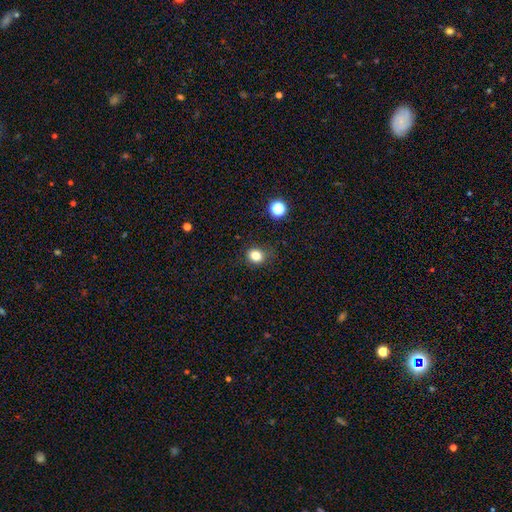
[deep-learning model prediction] A smooth galaxy with no disk features (82%) that is round (70%).

Vote fractions:
- Smooth or featured? smooth: 82% / star or artifact: 13% / featured or disk: 5%
- How rounded? round: 70% / in between: 29% / cigar-shaped: 1%
- Merging? none: 84% / minor disturbance: 12% / major disturbance: 3% / merger: 1%